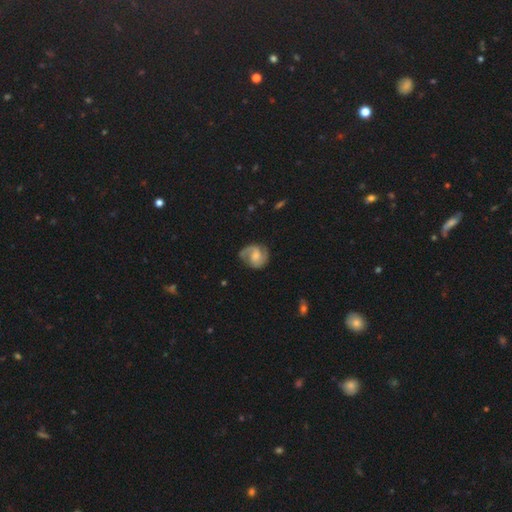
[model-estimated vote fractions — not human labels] Q: Smooth or featured?
A: featured or disk (79%); runner-up: smooth (16%)
Q: Edge-on disk?
A: no (98%); runner-up: yes (2%)
Q: Bar?
A: weak (47%); runner-up: no (42%)
Q: Spiral arms?
A: yes (96%); runner-up: no (4%)
Q: Spiral winding?
A: medium (51%); runner-up: tight (28%)
Q: Spiral arm count?
A: 2 (84%); runner-up: 1 (7%)
Q: Bulge size?
A: moderate (42%); runner-up: small (37%)
Q: Merging?
A: none (72%); runner-up: minor disturbance (19%)